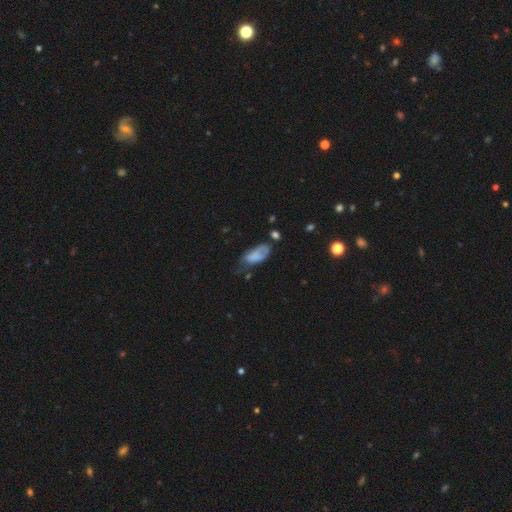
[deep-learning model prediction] Smooth or featured: smooth — 66% (featured or disk — 25%)
How rounded: in between — 88% (cigar-shaped — 9%)
Merging: minor disturbance — 35% (none — 32%)